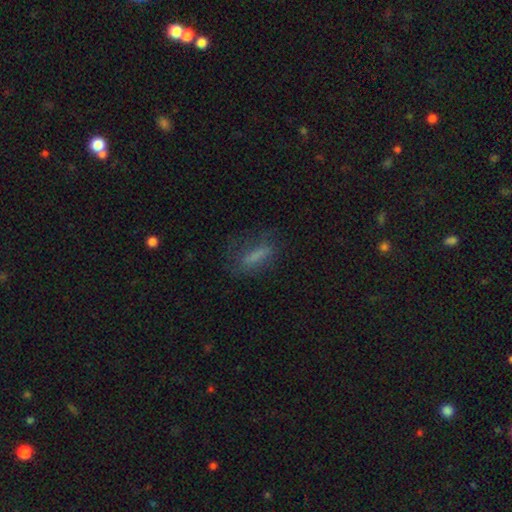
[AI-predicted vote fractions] Overall: smooth (64%). How rounded: cigar-shaped (55%; in between 41%). Merging: none (59%; minor disturbance 22%).